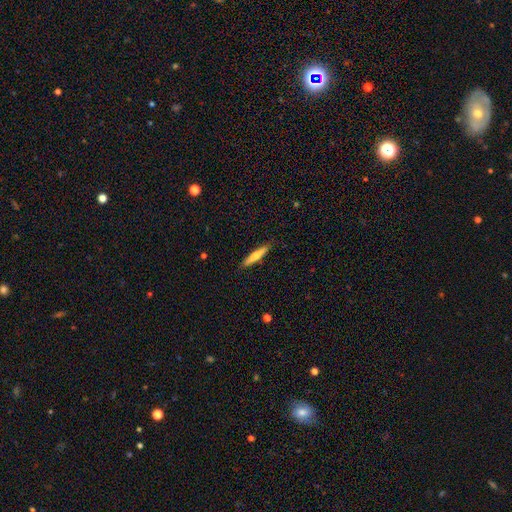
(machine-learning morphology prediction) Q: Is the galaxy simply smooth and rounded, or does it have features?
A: smooth — 66%.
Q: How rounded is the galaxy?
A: cigar-shaped — 91%.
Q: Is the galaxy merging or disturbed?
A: none — 89%.